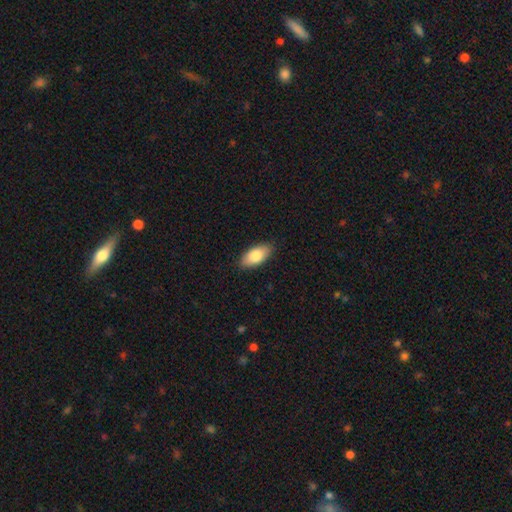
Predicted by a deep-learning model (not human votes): Smooth or featured: smooth — 81% (featured or disk — 13%)
How rounded: in between — 92% (cigar-shaped — 6%)
Merging: none — 88% (minor disturbance — 9%)